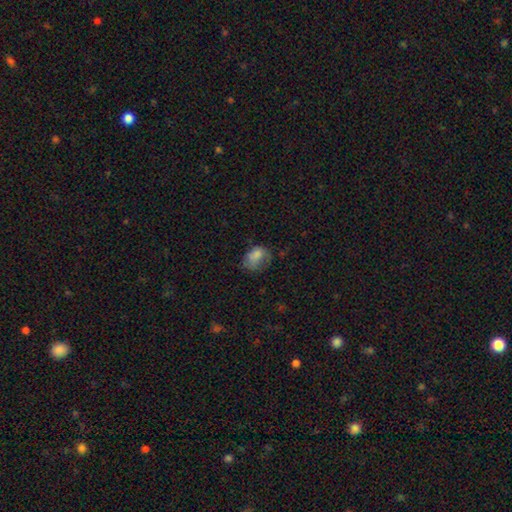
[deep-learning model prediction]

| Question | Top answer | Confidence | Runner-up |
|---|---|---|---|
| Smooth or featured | smooth | 69% | featured or disk (20%) |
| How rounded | in between | 68% | round (31%) |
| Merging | none | 41% | minor disturbance (30%) |